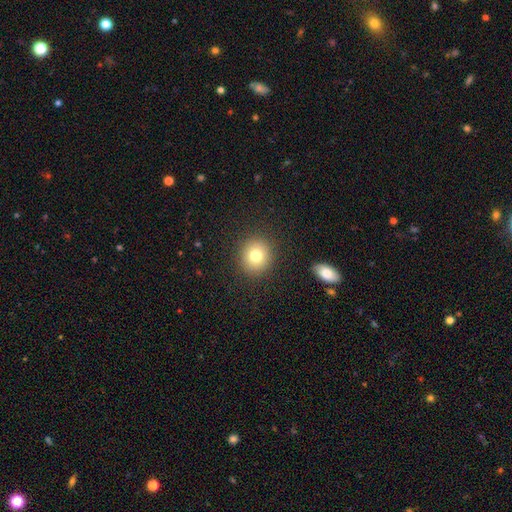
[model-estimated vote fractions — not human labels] The model was most divided on "smooth or featured": smooth: 78%, star or artifact: 12%, featured or disk: 10%. More confident: merging — none (90%); how rounded — round (87%).